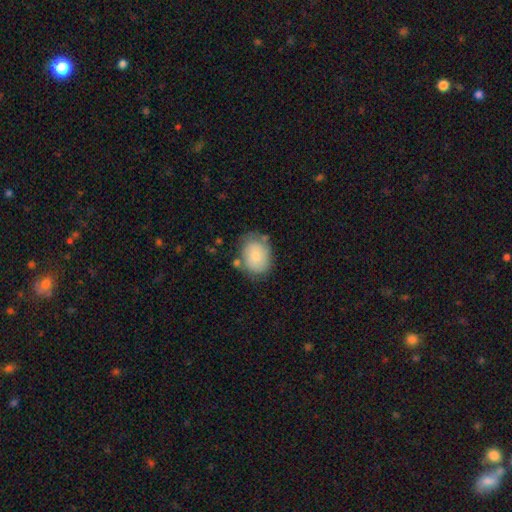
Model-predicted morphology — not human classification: A smooth galaxy with no disk features (79%) that is in between round and cigar-shaped (64%). Merging: none (63%).